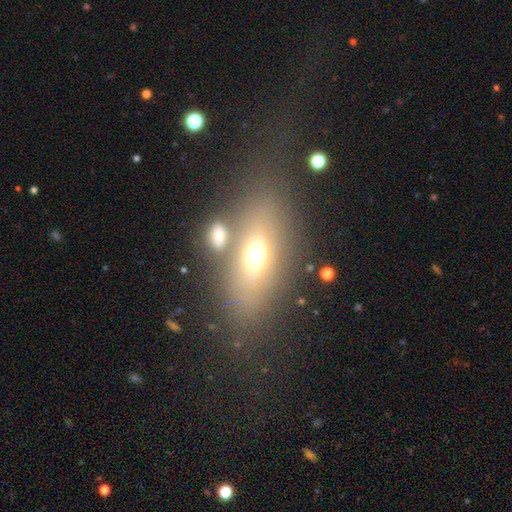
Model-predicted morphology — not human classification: Q: Smooth or featured?
A: smooth (58%); runner-up: featured or disk (28%)
Q: How rounded?
A: in between (76%); runner-up: cigar-shaped (15%)
Q: Merging?
A: none (58%); runner-up: merger (20%)